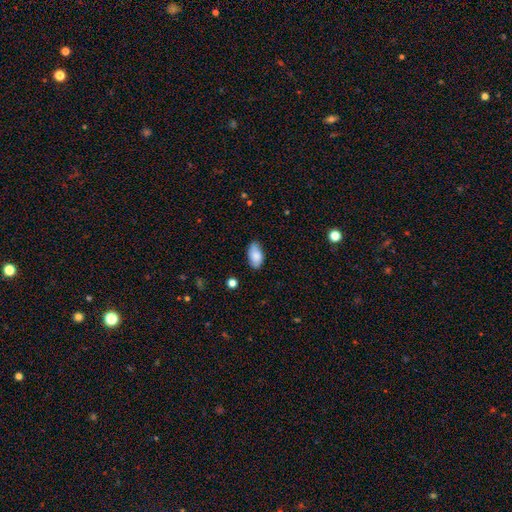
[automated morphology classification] smooth 85%, featured or disk 8%, star or artifact 7%. Down the decision tree: how rounded — in between (94%); merging — none (78%).